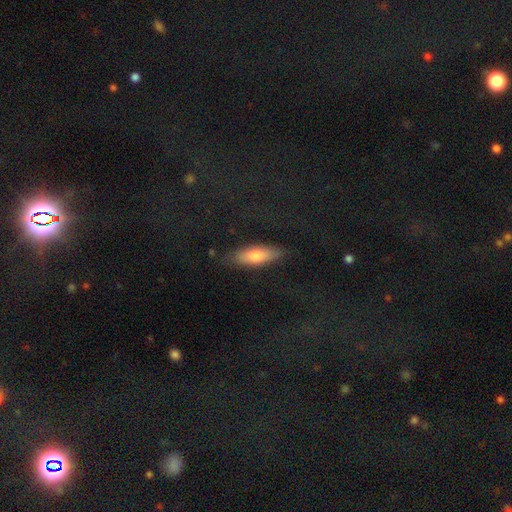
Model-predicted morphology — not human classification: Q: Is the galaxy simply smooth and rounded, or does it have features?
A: smooth — 73%.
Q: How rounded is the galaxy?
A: in between — 61%.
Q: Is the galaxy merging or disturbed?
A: none — 82%.